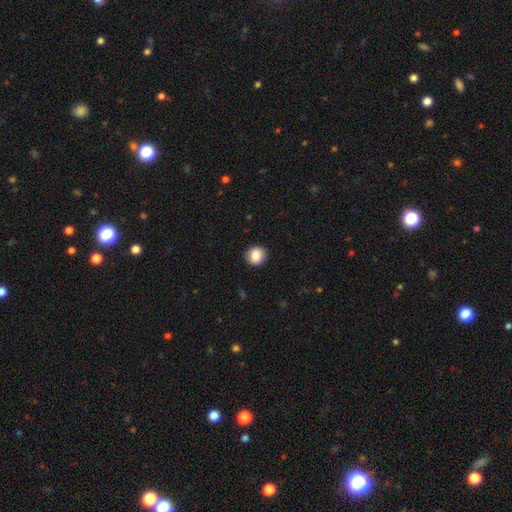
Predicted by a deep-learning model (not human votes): Q: Smooth or featured?
A: smooth (86%); runner-up: star or artifact (9%)
Q: How rounded?
A: round (90%); runner-up: in between (9%)
Q: Merging?
A: none (92%); runner-up: minor disturbance (5%)